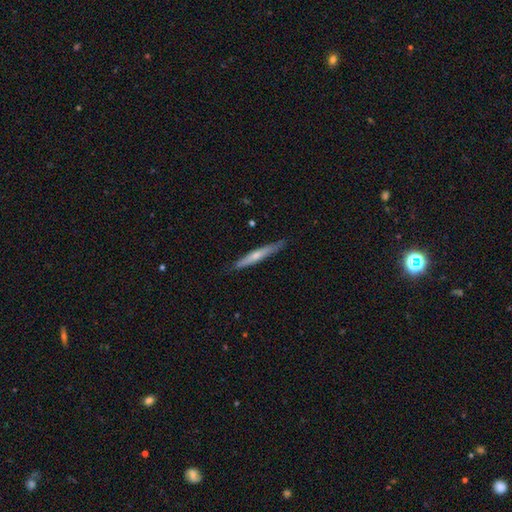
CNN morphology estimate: Q: Smooth or featured?
A: smooth (48%); runner-up: featured or disk (47%)
Q: Merging?
A: none (85%); runner-up: minor disturbance (12%)